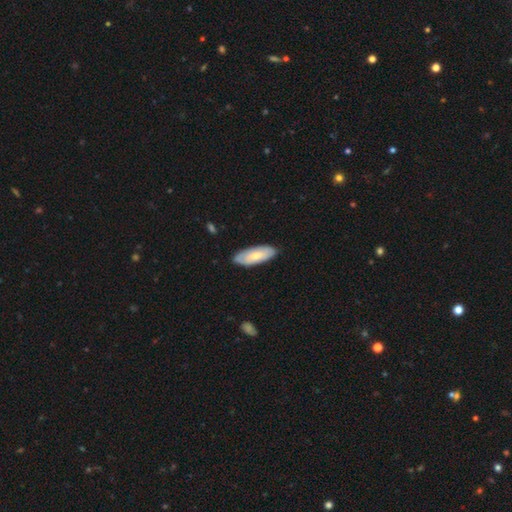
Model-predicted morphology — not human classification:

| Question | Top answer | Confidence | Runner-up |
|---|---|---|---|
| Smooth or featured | smooth | 65% | featured or disk (30%) |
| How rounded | in between | 76% | cigar-shaped (22%) |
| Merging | none | 83% | minor disturbance (13%) |